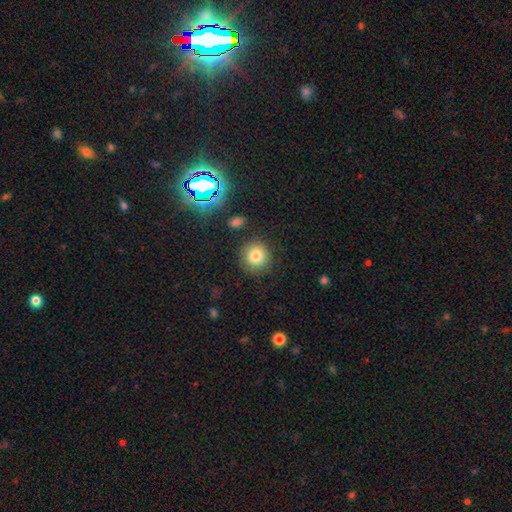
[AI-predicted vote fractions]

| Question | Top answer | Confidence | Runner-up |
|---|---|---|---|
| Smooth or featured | smooth | 81% | star or artifact (11%) |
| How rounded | round | 92% | in between (7%) |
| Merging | none | 85% | minor disturbance (9%) |